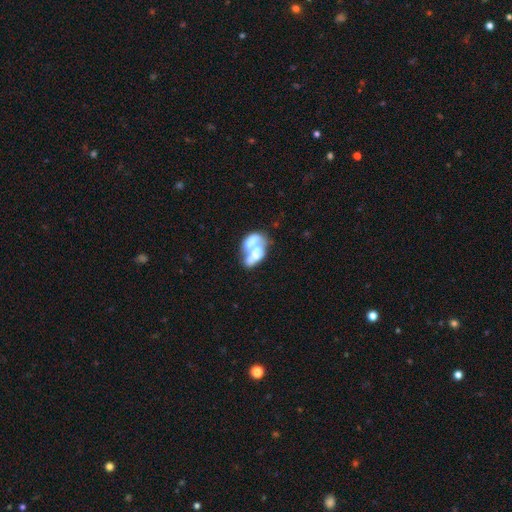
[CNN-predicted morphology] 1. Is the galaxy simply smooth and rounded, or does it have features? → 55% featured or disk, 34% smooth, 11% star or artifact.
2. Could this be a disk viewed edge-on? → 95% no, 5% yes.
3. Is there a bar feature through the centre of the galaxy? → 89% no, 6% weak, 5% strong.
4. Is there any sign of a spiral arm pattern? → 92% no, 8% yes.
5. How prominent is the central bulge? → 41% none, 24% moderate, 18% large, 10% small, 6% dominant.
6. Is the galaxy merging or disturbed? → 66% merger, 15% none, 12% major disturbance, 8% minor disturbance.